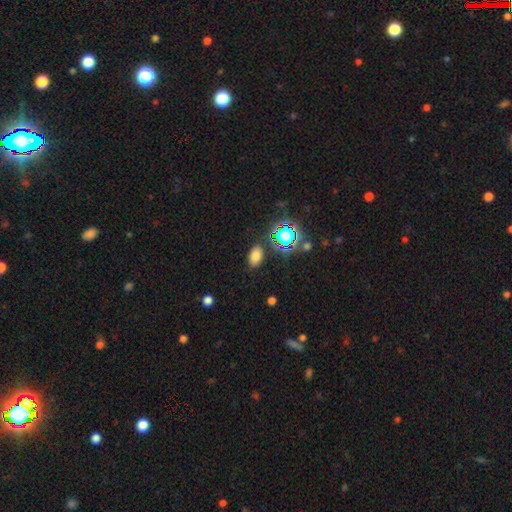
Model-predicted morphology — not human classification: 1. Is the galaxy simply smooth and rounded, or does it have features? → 75% smooth, 19% star or artifact, 6% featured or disk.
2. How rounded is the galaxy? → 88% in between, 10% round, 2% cigar-shaped.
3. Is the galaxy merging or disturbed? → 84% none, 10% minor disturbance, 3% major disturbance, 3% merger.